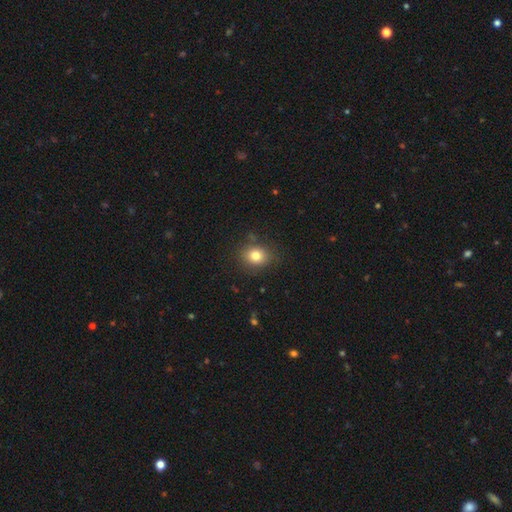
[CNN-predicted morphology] A smooth galaxy with no disk features (81%) that is round (63%). Merging: none (83%).